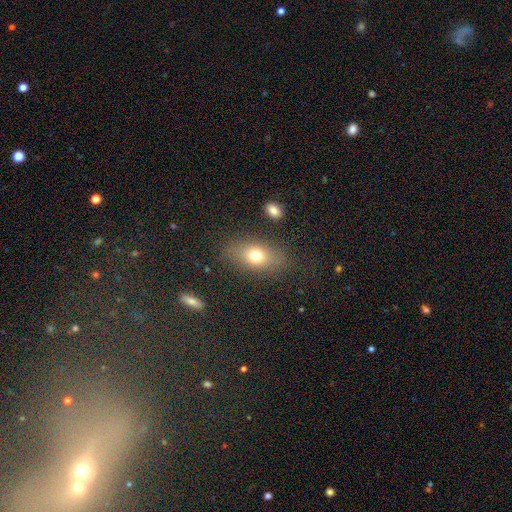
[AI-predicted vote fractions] The model was most divided on "smooth or featured": smooth: 72%, featured or disk: 15%, star or artifact: 12%. More confident: merging — none (81%); how rounded — in between (79%).